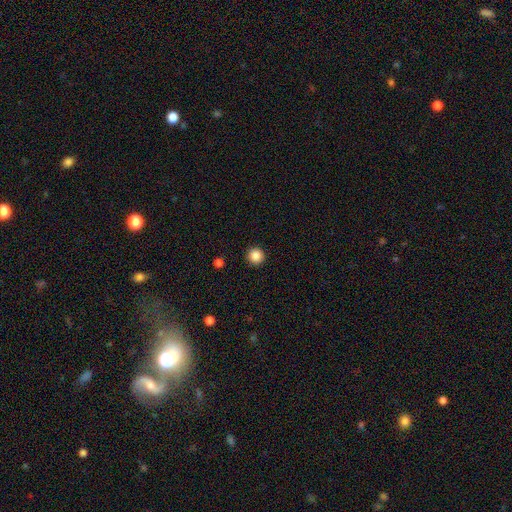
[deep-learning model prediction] smooth 86%, star or artifact 10%, featured or disk 3%. Down the decision tree: how rounded — round (96%); merging — none (93%).